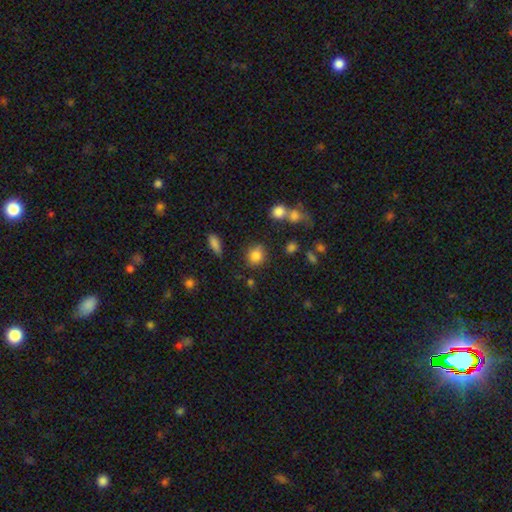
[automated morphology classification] A smooth galaxy with no disk features (82%) that is round (67%).

Vote fractions:
- Smooth or featured? smooth: 82% / star or artifact: 11% / featured or disk: 7%
- How rounded? round: 67% / in between: 31% / cigar-shaped: 2%
- Merging? none: 75% / minor disturbance: 15% / merger: 5% / major disturbance: 4%